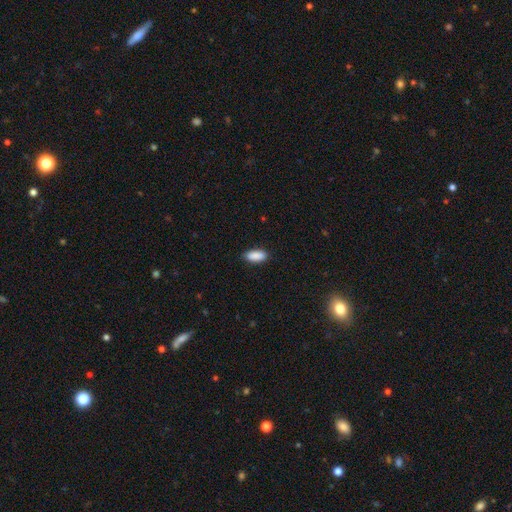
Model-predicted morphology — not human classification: Smooth or featured? smooth (90%)
How rounded? in between (86%)
Merging? none (85%)